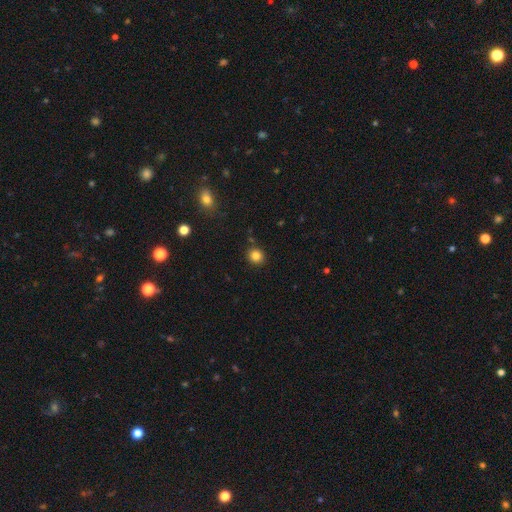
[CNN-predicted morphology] smooth-or-featured: smooth: 83% | star or artifact: 12% | featured or disk: 5%
  how-rounded: round: 86% | in between: 13% | cigar-shaped: 1%
  merging: none: 87% | minor disturbance: 8% | merger: 3% | major disturbance: 2%